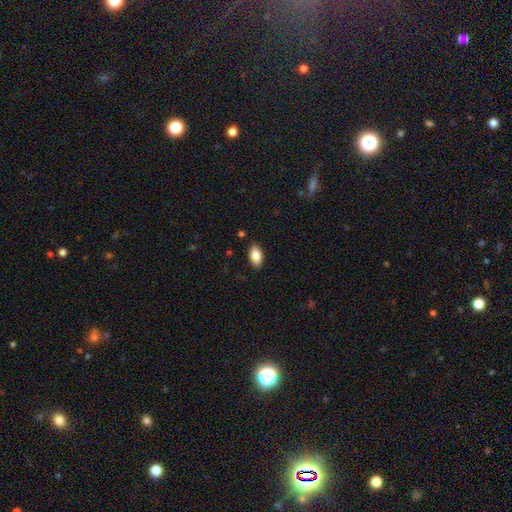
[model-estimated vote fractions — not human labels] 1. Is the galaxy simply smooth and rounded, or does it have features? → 84% smooth, 9% featured or disk, 7% star or artifact.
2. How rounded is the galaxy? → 93% in between, 4% round, 4% cigar-shaped.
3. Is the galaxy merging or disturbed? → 87% none, 10% minor disturbance, 2% major disturbance, 1% merger.